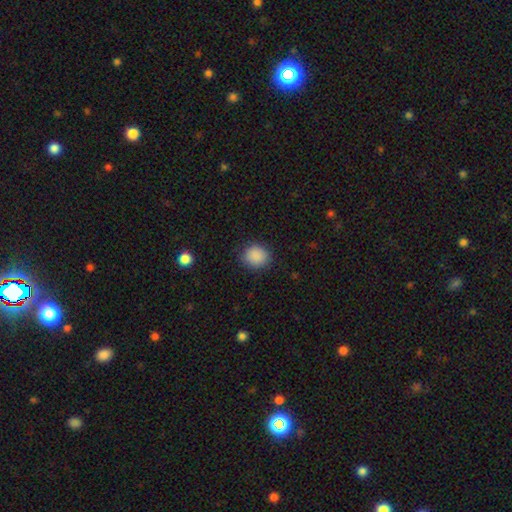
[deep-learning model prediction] Smooth or featured? Predicted: smooth (p=0.89). How rounded? Predicted: round (p=0.76). Merging? Predicted: none (p=0.87).